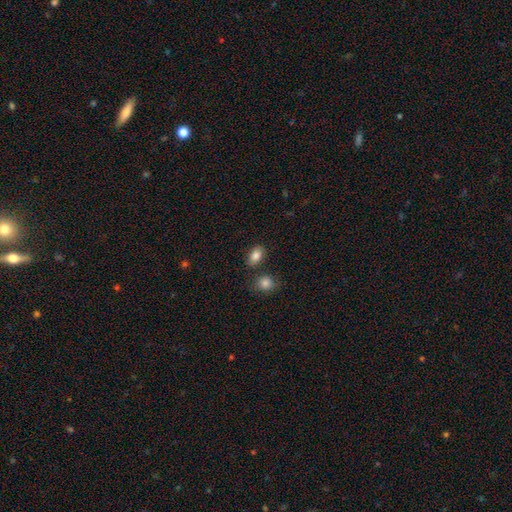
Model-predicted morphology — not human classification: smooth_or_featured: smooth (p=0.85) [alt: star or artifact p=0.09]
how_rounded: in between (p=0.85) [alt: round p=0.13]
merging: none (p=0.76) [alt: minor disturbance p=0.12]